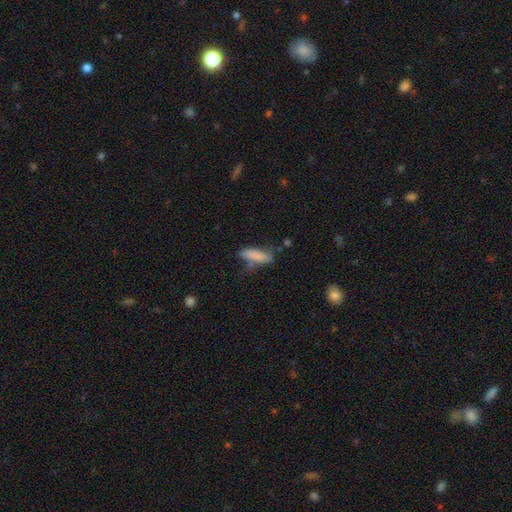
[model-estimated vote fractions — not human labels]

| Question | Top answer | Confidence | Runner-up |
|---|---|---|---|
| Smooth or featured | smooth | 82% | featured or disk (11%) |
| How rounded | cigar-shaped | 64% | in between (34%) |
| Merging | none | 61% | minor disturbance (24%) |